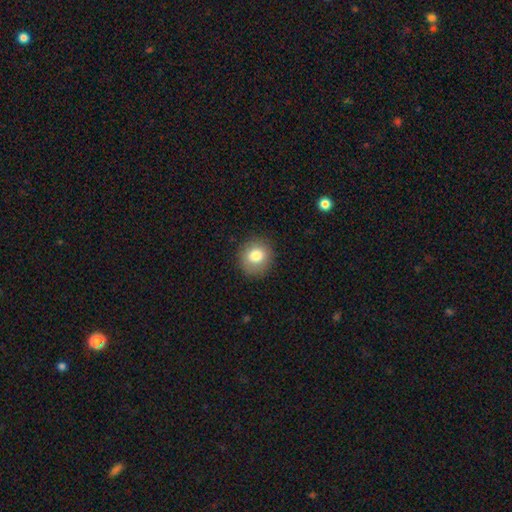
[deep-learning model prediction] smooth_or_featured: smooth (p=0.81) [alt: featured or disk p=0.10]
how_rounded: round (p=0.84) [alt: in between p=0.15]
merging: none (p=0.88) [alt: minor disturbance p=0.08]